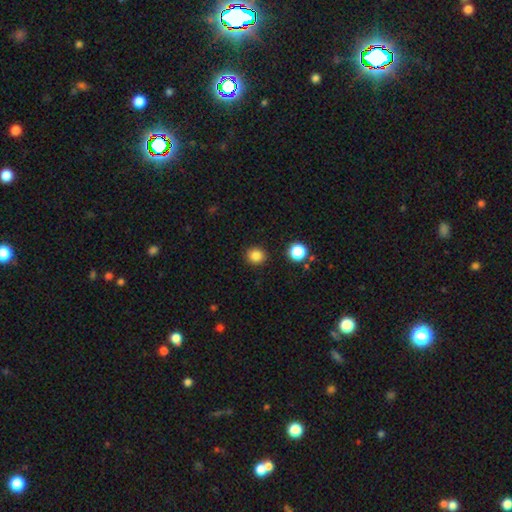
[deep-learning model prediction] This is clearly a smooth galaxy (84%). How rounded: clearly round (88%). Merging: clearly none (90%).